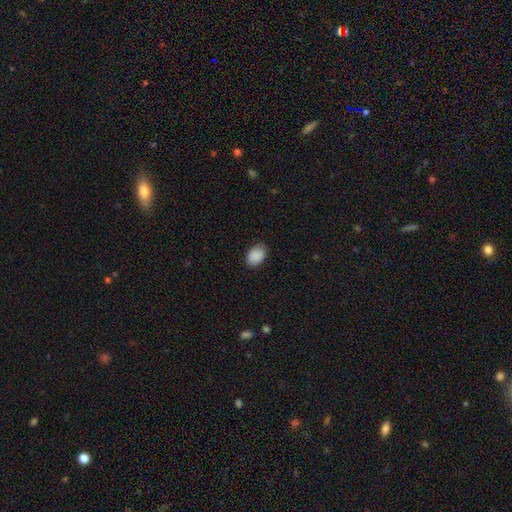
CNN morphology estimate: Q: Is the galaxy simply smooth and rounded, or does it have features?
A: smooth — 90%.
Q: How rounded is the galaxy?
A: in between — 82%.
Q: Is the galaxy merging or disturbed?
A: none — 81%.